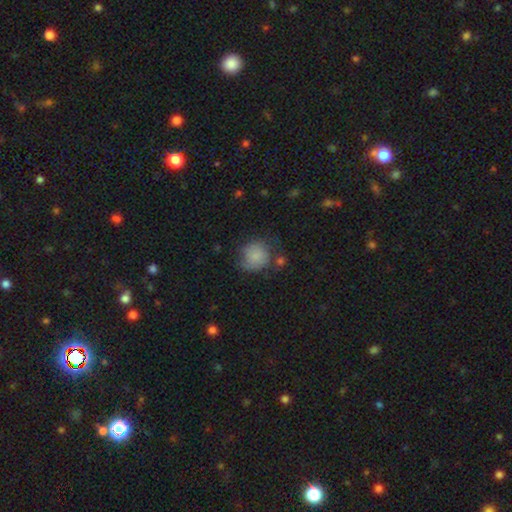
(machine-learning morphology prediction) smooth-or-featured: smooth: 79% | featured or disk: 12% | star or artifact: 9%
  how-rounded: round: 83% | in between: 16% | cigar-shaped: 1%
  merging: none: 54% | minor disturbance: 26% | major disturbance: 12% | merger: 8%